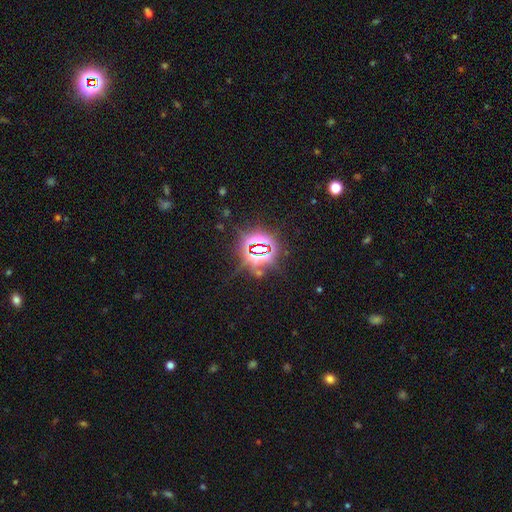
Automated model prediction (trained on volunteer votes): Smooth or featured?
  - star or artifact: 83% *
  - smooth: 9%
  - featured or disk: 8%